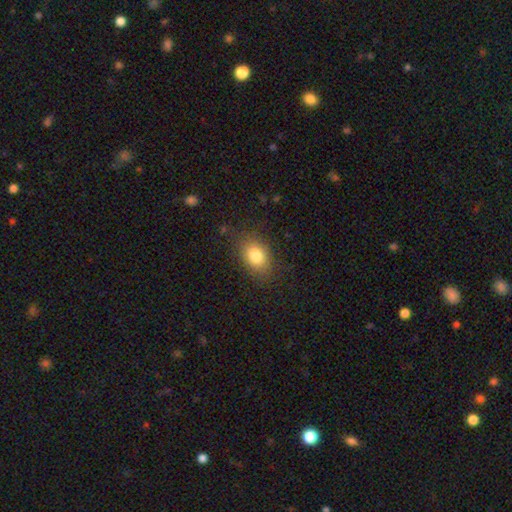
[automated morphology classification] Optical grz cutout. It shows a smooth galaxy with no disk features (81%) that is in between round and cigar-shaped (74%). Merging: none (82%).